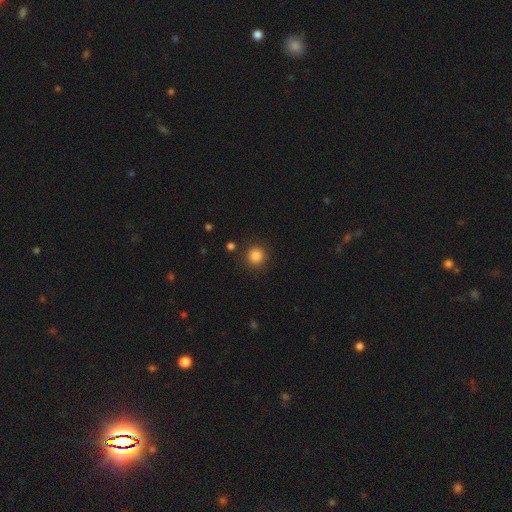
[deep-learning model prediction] This appears to be a smooth galaxy with no disk features (85%) that is round (94%). Merging: none (90%).